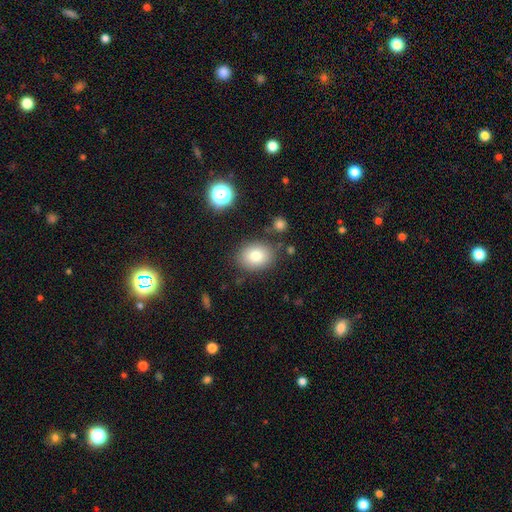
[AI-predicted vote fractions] This is clearly a smooth galaxy (81%). How rounded: possibly in between (59%). Merging: clearly none (81%).